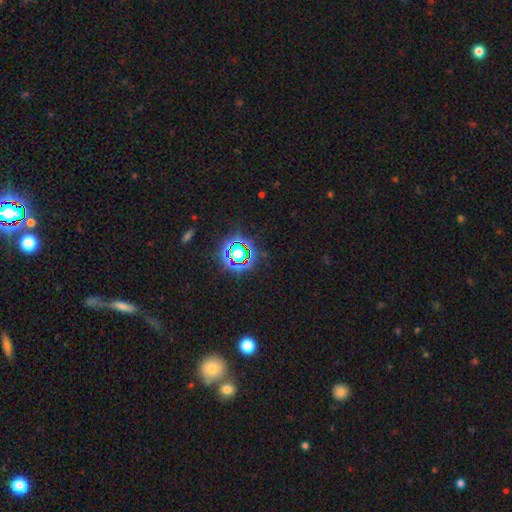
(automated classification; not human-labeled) The model was most divided on "smooth or featured": star or artifact: 77%, smooth: 14%, featured or disk: 9%.